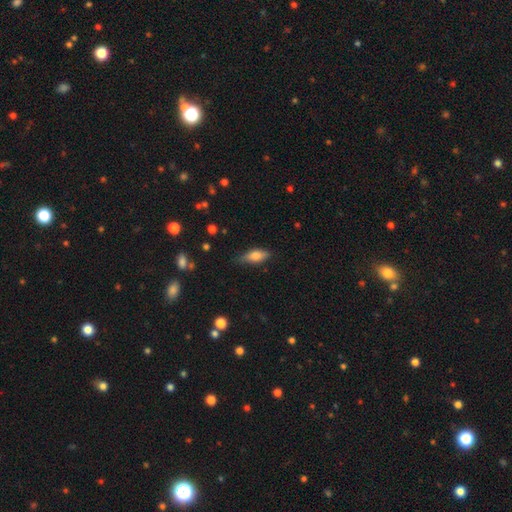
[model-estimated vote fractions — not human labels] Morphology: type=smooth (67%); roundness=in between (67%); merging=none (72%).